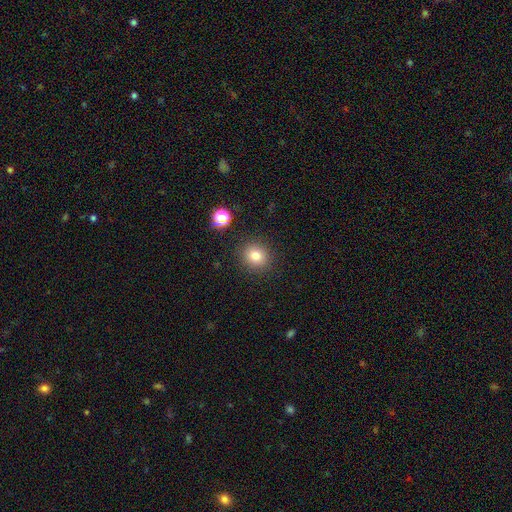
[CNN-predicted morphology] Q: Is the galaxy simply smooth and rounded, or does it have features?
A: smooth — 78%.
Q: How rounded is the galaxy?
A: round — 87%.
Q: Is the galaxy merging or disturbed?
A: none — 89%.